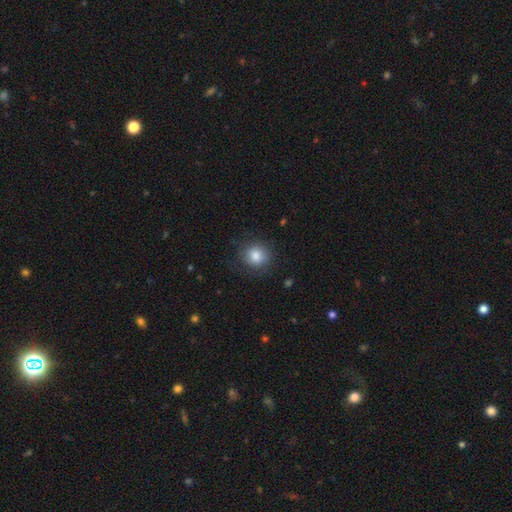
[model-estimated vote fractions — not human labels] smooth-or-featured: smooth: 82% | star or artifact: 9% | featured or disk: 9%
  how-rounded: round: 85% | in between: 14% | cigar-shaped: 1%
  merging: none: 79% | minor disturbance: 14% | major disturbance: 5% | merger: 1%